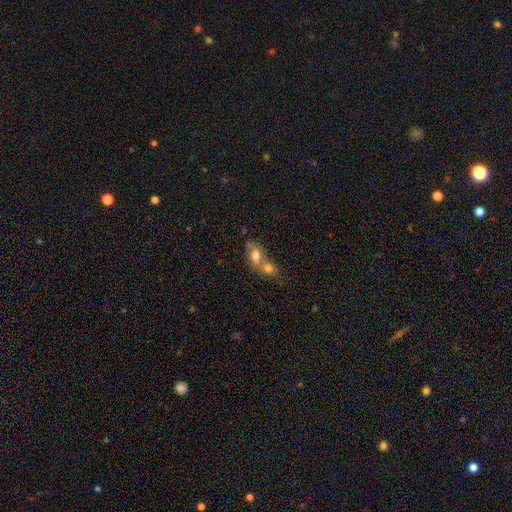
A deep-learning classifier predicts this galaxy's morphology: The model was most divided on "how rounded": in between: 69%, round: 28%, cigar-shaped: 3%. More confident: smooth or featured — smooth (72%); merging — merger (69%).